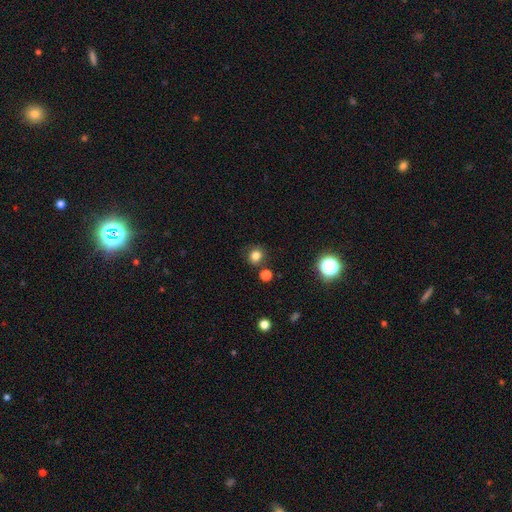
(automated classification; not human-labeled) Overall: smooth (79%). How rounded: round (84%). Merging: none (82%).